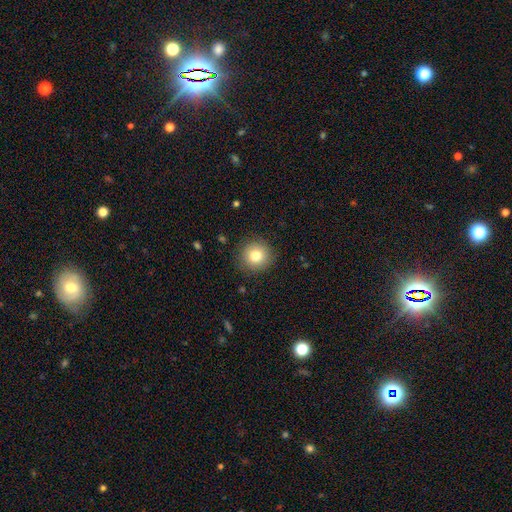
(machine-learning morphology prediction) Smooth or featured?
  - smooth: 81% *
  - star or artifact: 10%
  - featured or disk: 10%
How rounded?
  - round: 93% *
  - in between: 6%
  - cigar-shaped: 1%
Merging?
  - none: 88% *
  - minor disturbance: 8%
  - major disturbance: 3%
  - merger: 1%